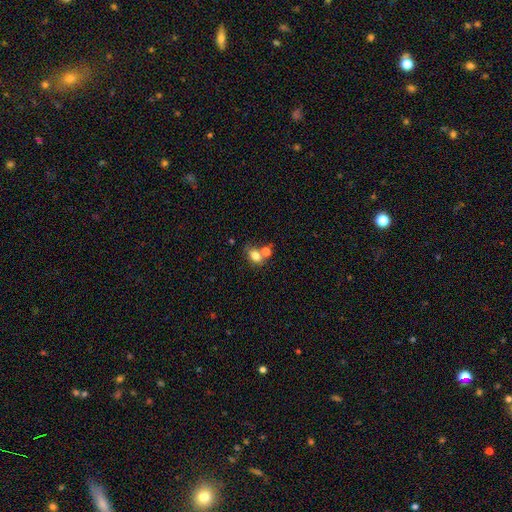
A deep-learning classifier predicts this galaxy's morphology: Smooth or featured: smooth — 77% (star or artifact — 12%)
How rounded: in between — 72% (round — 26%)
Merging: none — 45% (merger — 36%)